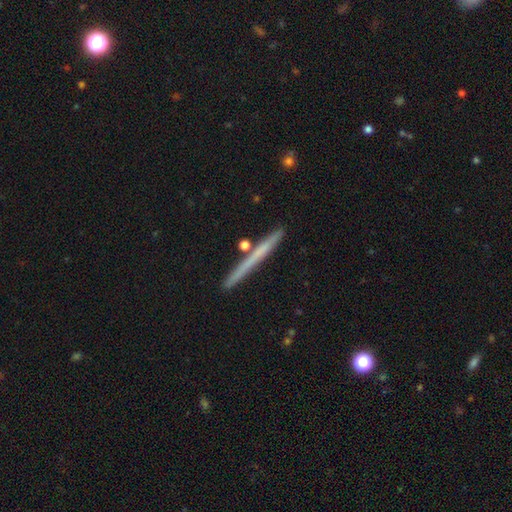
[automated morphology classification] smooth_or_featured: smooth (p=0.49) [alt: featured or disk p=0.45]
merging: none (p=0.87) [alt: minor disturbance p=0.08]